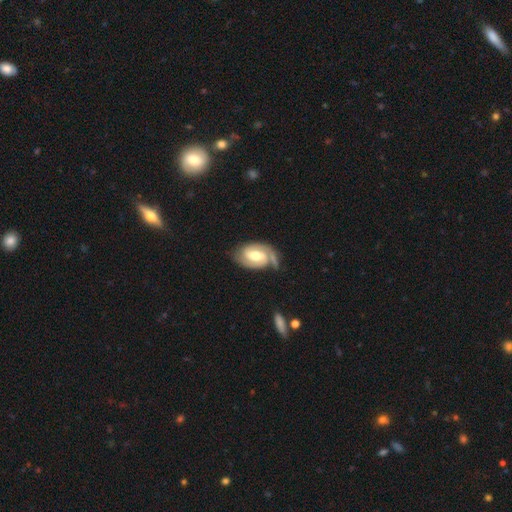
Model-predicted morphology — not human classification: type=featured or disk (82%); edge-on=no (97%); bar=weak (49%); spiral arms=yes (95%); winding=tight (51%); arm count=2 (76%); bulge=moderate (66%); merging=none (63%).